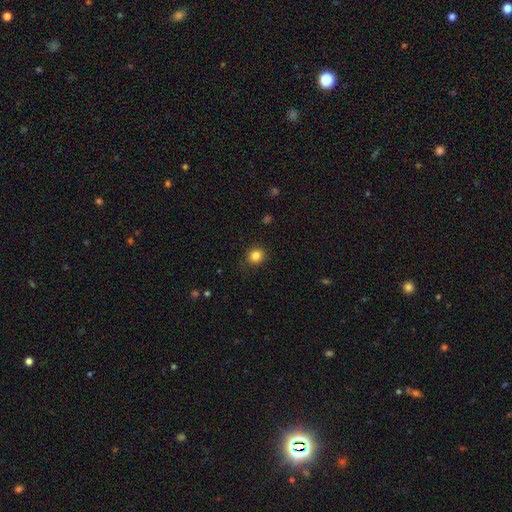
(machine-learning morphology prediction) smooth 84%, star or artifact 12%, featured or disk 4%. Down the decision tree: how rounded — round (87%); merging — none (86%).